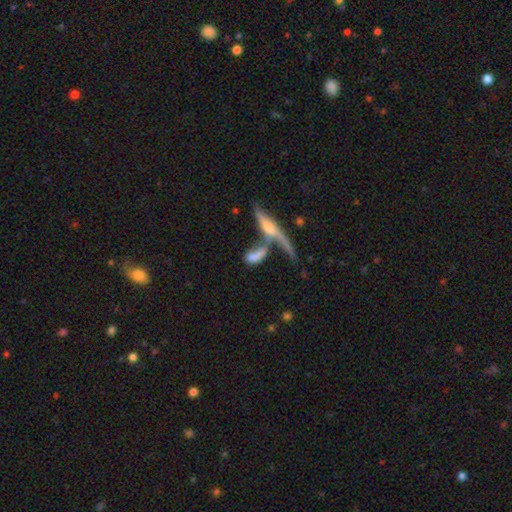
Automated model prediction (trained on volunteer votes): Smooth or featured: smooth — 53% (featured or disk — 37%)
How rounded: in between — 53% (cigar-shaped — 42%)
Merging: merger — 65% (none — 15%)